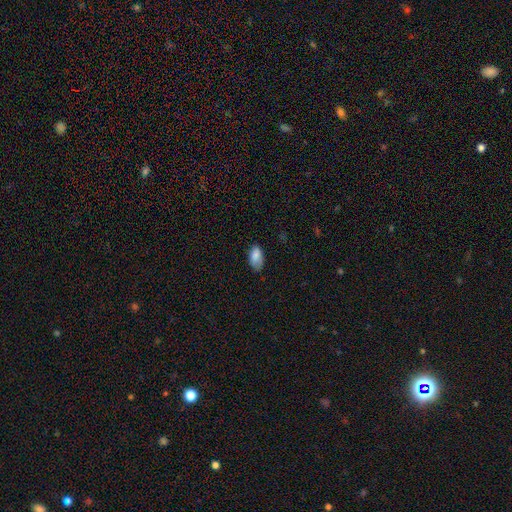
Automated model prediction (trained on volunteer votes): Morphology: type=smooth (83%); roundness=in between (93%); merging=none (62%).